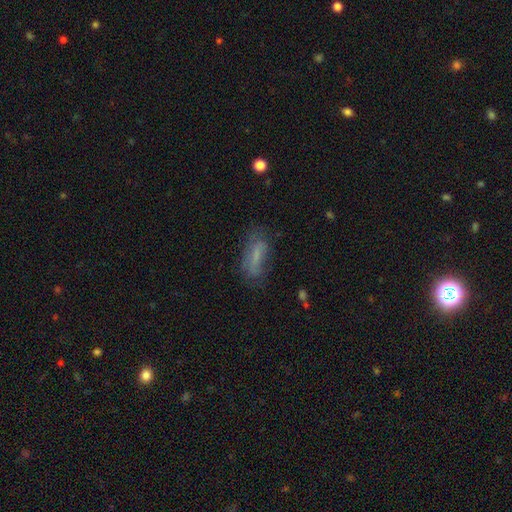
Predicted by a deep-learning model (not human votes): Smooth or featured?
  - smooth: 59% *
  - featured or disk: 30%
  - star or artifact: 11%
How rounded?
  - in between: 57% *
  - cigar-shaped: 41%
  - round: 3%
Merging?
  - none: 63% *
  - minor disturbance: 23%
  - major disturbance: 12%
  - merger: 2%